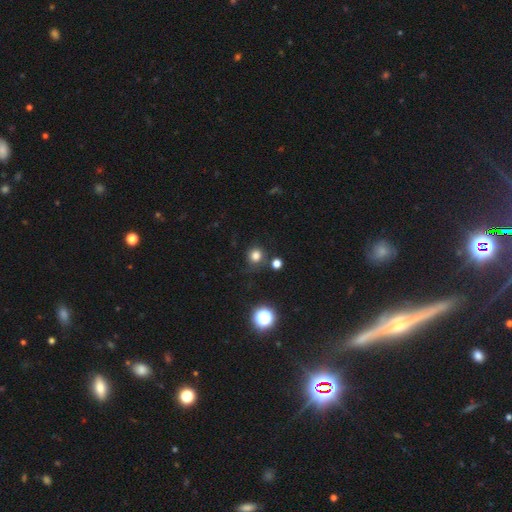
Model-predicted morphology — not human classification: Smooth or featured? smooth (78%)
How rounded? round (91%)
Merging? none (78%)